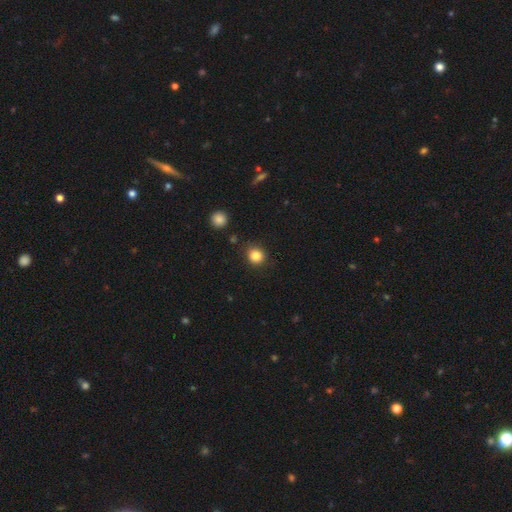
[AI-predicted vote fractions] Smooth or featured? smooth (84%)
How rounded? round (83%)
Merging? none (87%)